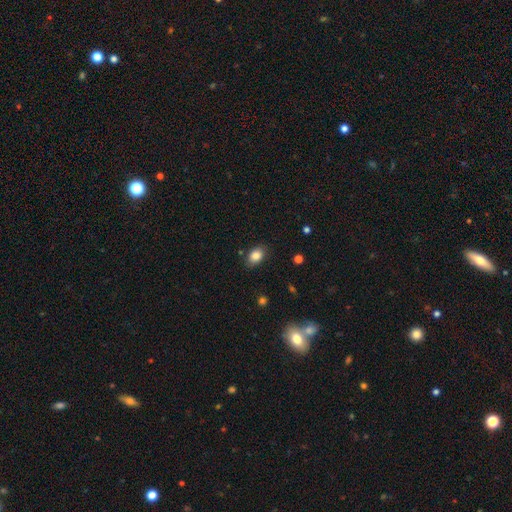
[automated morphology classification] smooth_or_featured: smooth (p=0.85) [alt: star or artifact p=0.09]
how_rounded: in between (p=0.82) [alt: round p=0.17]
merging: none (p=0.84) [alt: minor disturbance p=0.12]